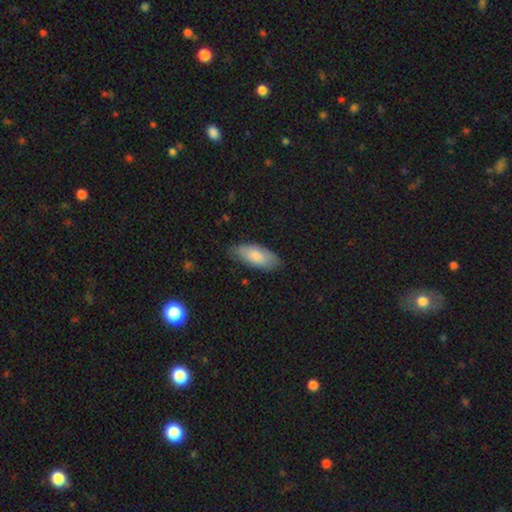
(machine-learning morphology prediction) This appears to be a smooth galaxy with no disk features (80%) that is in between round and cigar-shaped (86%). Merging: none (75%).